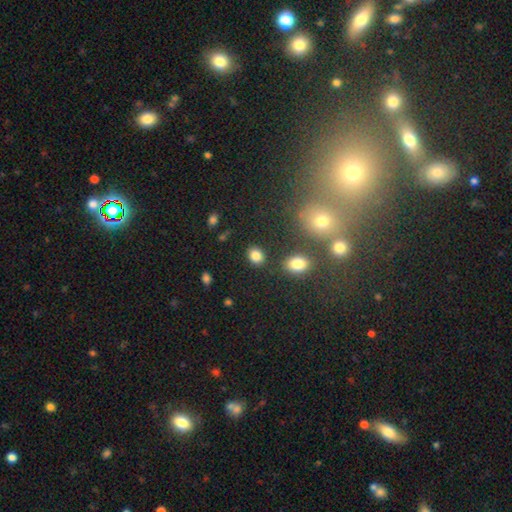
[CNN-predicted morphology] Smooth or featured? smooth (84%)
How rounded? round (50%)
Merging? none (82%)